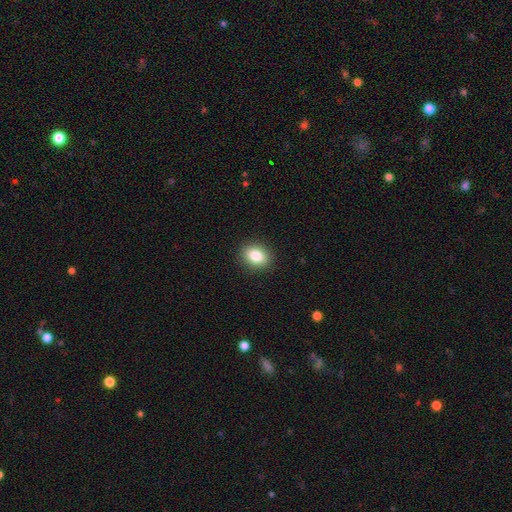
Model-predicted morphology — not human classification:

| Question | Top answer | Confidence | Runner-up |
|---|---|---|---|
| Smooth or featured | smooth | 85% | star or artifact (9%) |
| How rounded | in between | 56% | round (43%) |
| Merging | none | 90% | minor disturbance (7%) |